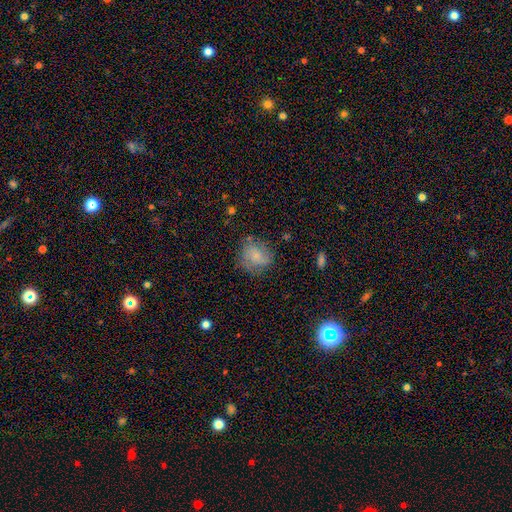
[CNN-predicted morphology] Smooth or featured? smooth (56%)
How rounded? round (71%)
Merging? none (67%)